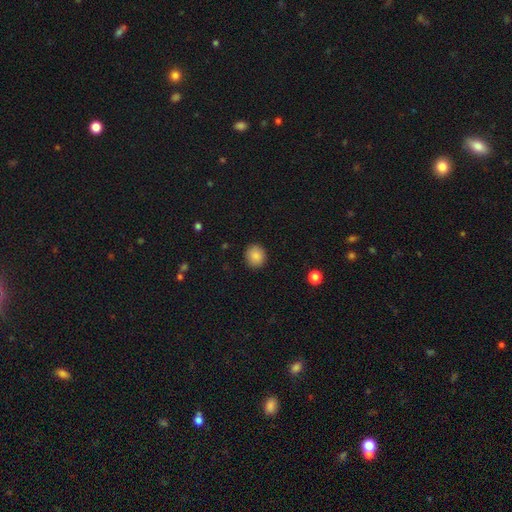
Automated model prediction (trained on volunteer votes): Overall: smooth (88%). How rounded: round (84%). Merging: none (91%).